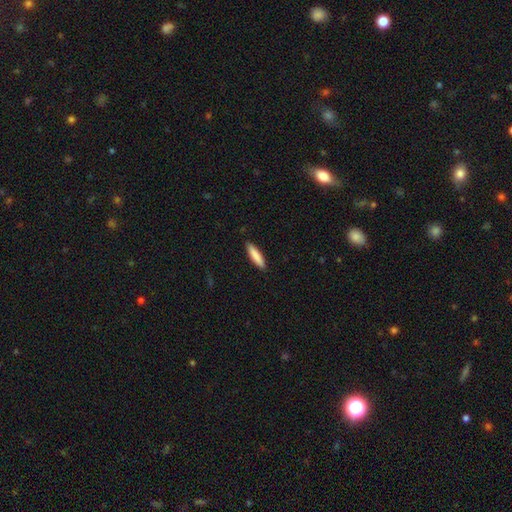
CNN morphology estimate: The model was most divided on "how rounded": cigar-shaped: 81%, in between: 17%, round: 1%. More confident: merging — none (89%); smooth or featured — smooth (84%).